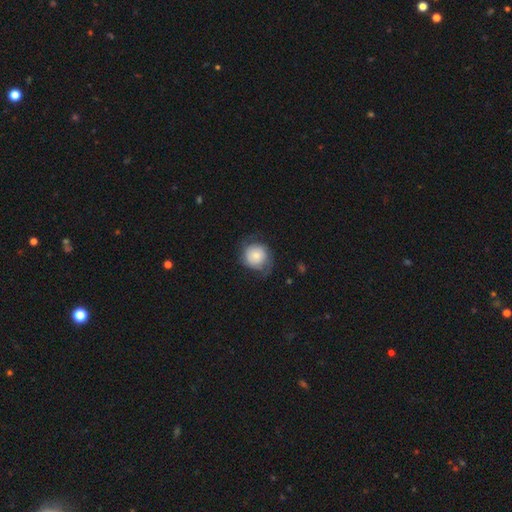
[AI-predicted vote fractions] smooth-or-featured: smooth: 58% | featured or disk: 35% | star or artifact: 7%
  how-rounded: round: 86% | in between: 13% | cigar-shaped: 1%
  merging: none: 61% | minor disturbance: 24% | major disturbance: 14% | merger: 1%